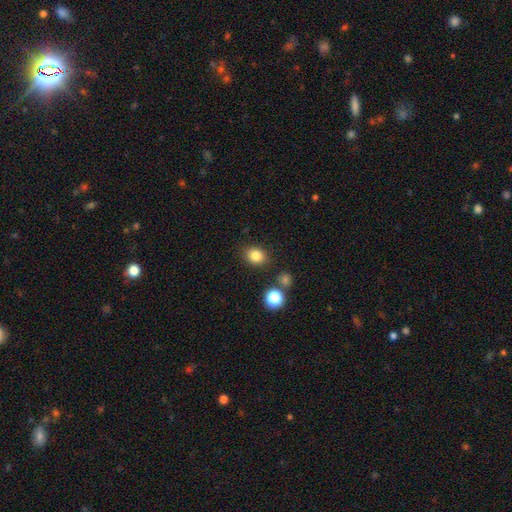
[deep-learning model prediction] smooth_or_featured: smooth (p=0.82) [alt: star or artifact p=0.12]
how_rounded: round (p=0.59) [alt: in between p=0.40]
merging: none (p=0.84) [alt: minor disturbance p=0.09]